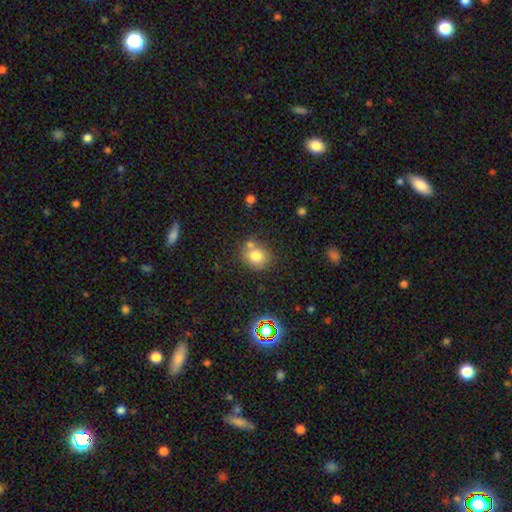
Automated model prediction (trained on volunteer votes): smooth-or-featured: smooth: 77% | star or artifact: 12% | featured or disk: 11%
  how-rounded: round: 74% | in between: 25% | cigar-shaped: 1%
  merging: none: 61% | merger: 21% | minor disturbance: 14% | major disturbance: 4%